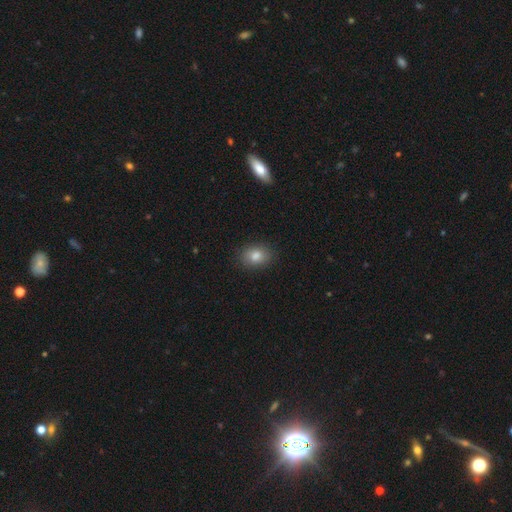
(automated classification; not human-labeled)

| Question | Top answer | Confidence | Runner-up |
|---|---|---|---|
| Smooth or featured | smooth | 82% | star or artifact (10%) |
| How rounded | in between | 66% | round (33%) |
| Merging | none | 87% | minor disturbance (9%) |